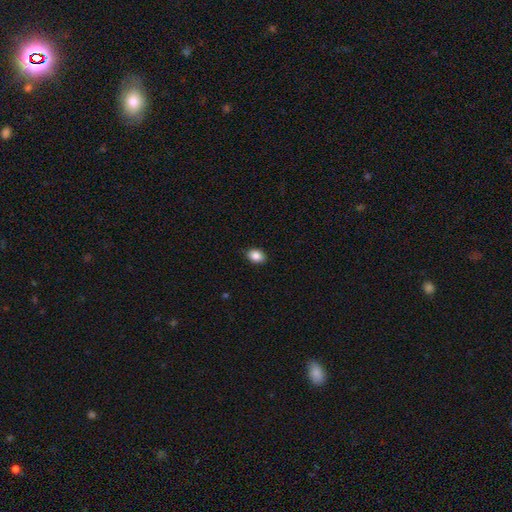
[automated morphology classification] Overall: smooth (87%). How rounded: in between (72%). Merging: none (87%).